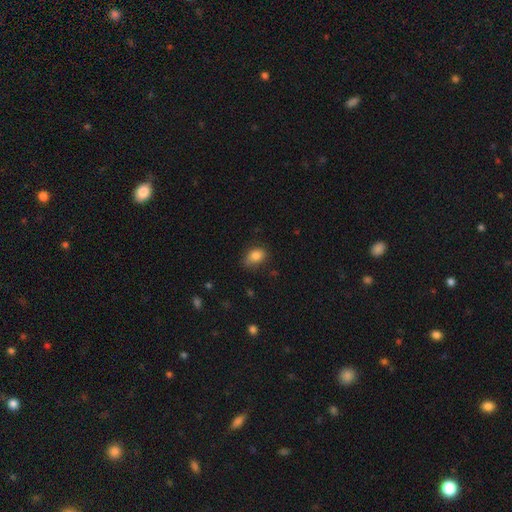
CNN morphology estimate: type=smooth (84%); roundness=in between (82%); merging=none (67%).